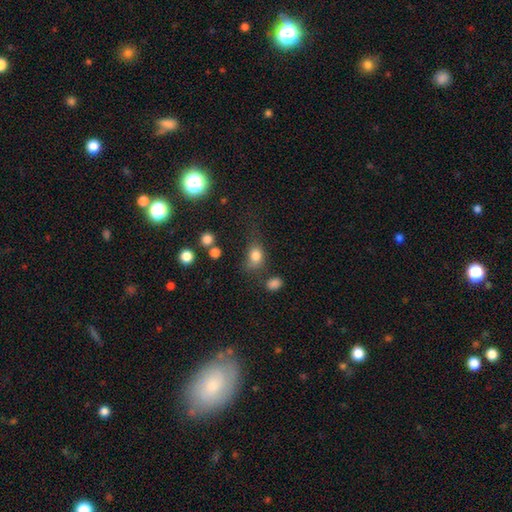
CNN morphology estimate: A smooth galaxy with no disk features (80%) that is in between round and cigar-shaped (58%). Merging: none (48%).